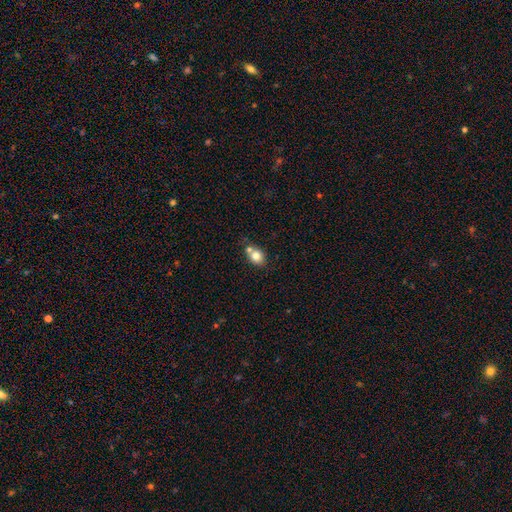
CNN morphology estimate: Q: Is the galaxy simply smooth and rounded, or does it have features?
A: smooth — 79%.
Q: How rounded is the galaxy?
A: round — 55%.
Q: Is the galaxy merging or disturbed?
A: none — 48%.